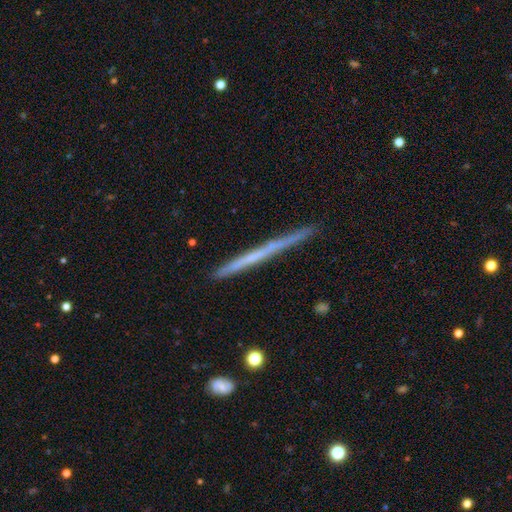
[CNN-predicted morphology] This appears to be a featured or disk galaxy (56%) viewed edge-on (98%) with no central bulge (89%). Merging: none (89%).